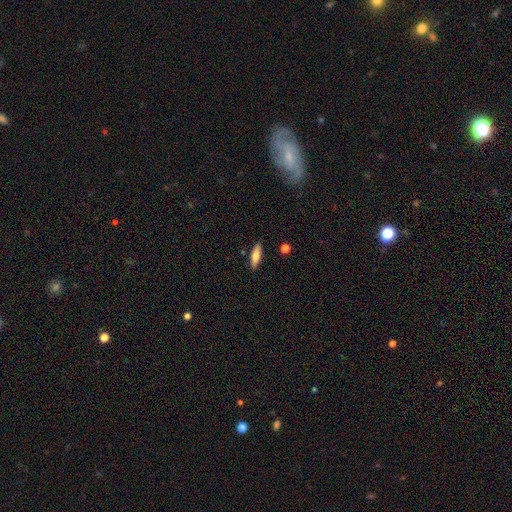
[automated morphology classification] smooth_or_featured: smooth (p=0.72) [alt: featured or disk p=0.21]
how_rounded: cigar-shaped (p=0.55) [alt: in between p=0.43]
merging: none (p=0.87) [alt: minor disturbance p=0.09]